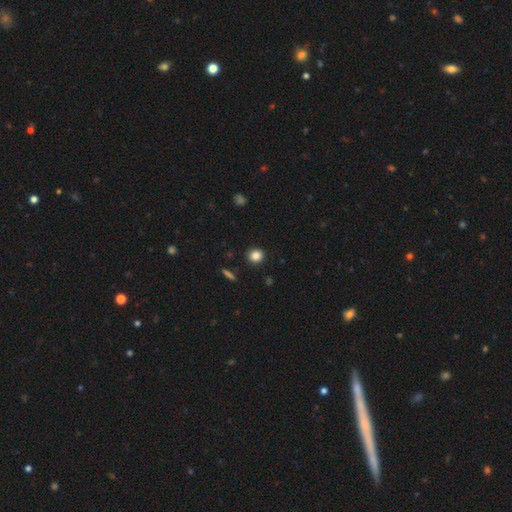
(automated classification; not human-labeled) This appears to be a smooth galaxy with no disk features (85%) that is round (88%). Merging: none (91%).